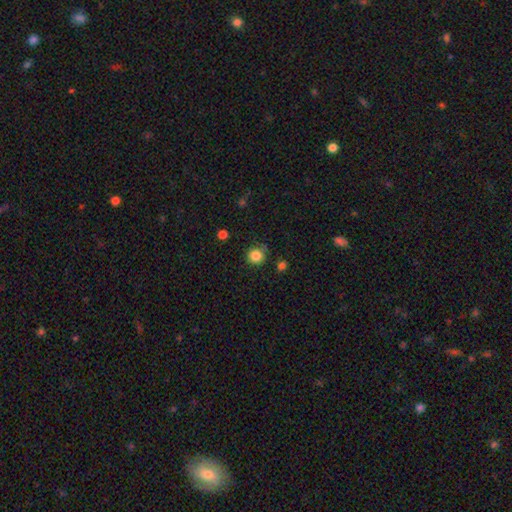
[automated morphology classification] This appears to be a smooth galaxy with no disk features (84%) that is round (92%). Merging: none (82%).